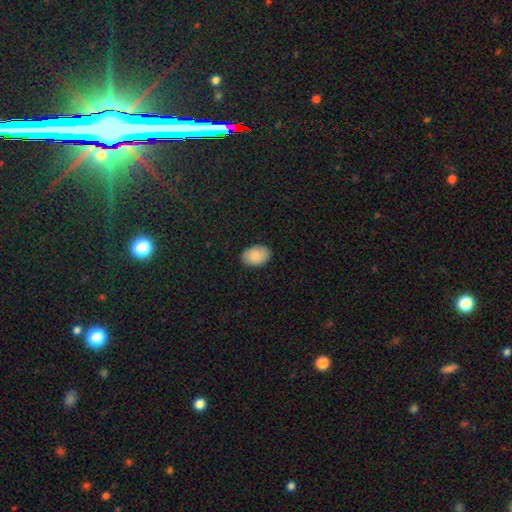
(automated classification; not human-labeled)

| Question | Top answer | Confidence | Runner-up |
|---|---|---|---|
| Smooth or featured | smooth | 88% | star or artifact (7%) |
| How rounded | in between | 86% | round (13%) |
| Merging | none | 88% | minor disturbance (9%) |